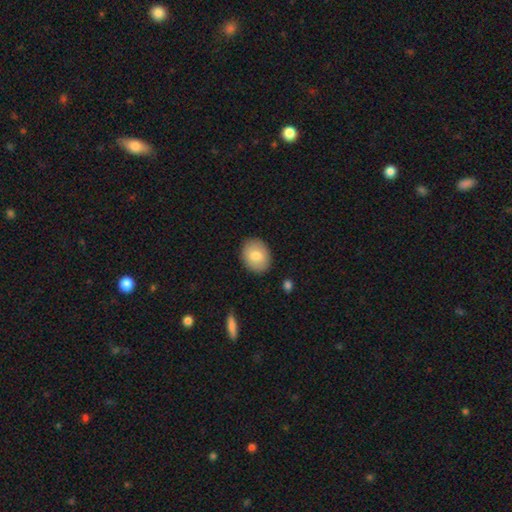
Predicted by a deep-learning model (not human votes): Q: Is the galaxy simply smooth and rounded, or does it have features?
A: smooth — 79%.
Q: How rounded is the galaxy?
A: in between — 54%.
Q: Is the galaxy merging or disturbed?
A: none — 88%.